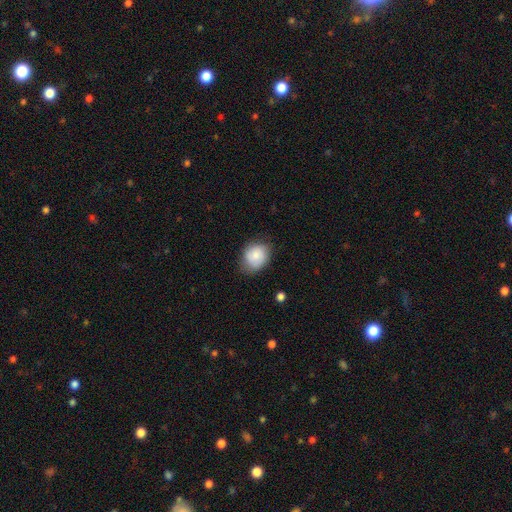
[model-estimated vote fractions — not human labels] The model was most divided on "how rounded": round: 57%, in between: 42%, cigar-shaped: 1%. More confident: smooth or featured — smooth (81%); merging — none (72%).